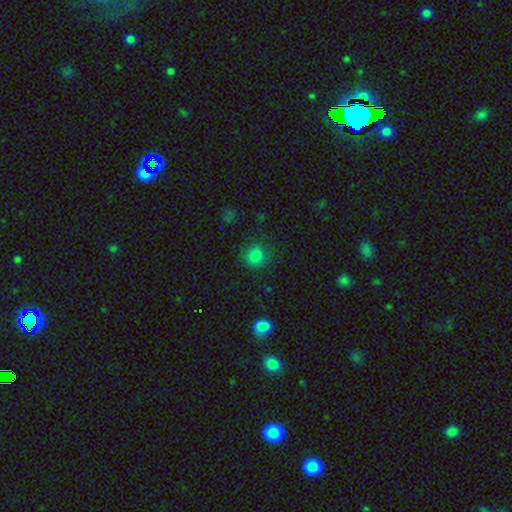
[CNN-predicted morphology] type=smooth (84%); roundness=round (90%); merging=none (85%).